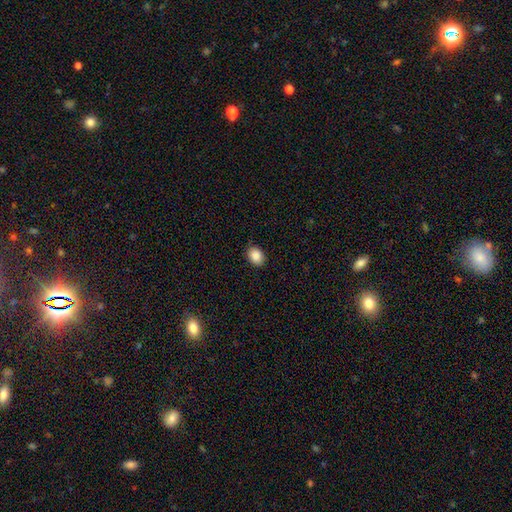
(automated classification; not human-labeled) This appears to be a smooth galaxy with no disk features (89%) that is in between round and cigar-shaped (68%). Merging: none (86%).